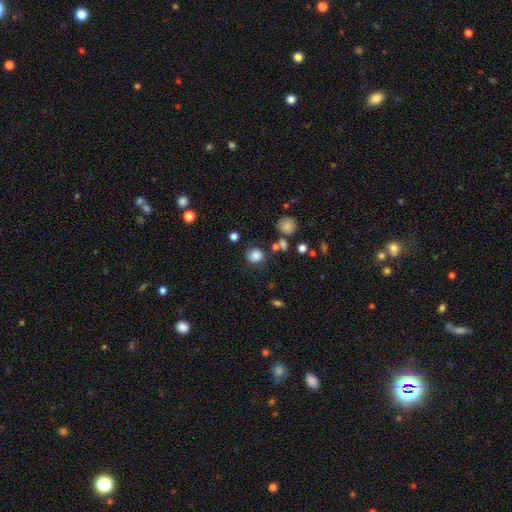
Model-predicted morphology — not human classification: Smooth or featured: smooth — 82% (star or artifact — 13%)
How rounded: round — 86% (in between — 13%)
Merging: none — 73% (minor disturbance — 14%)